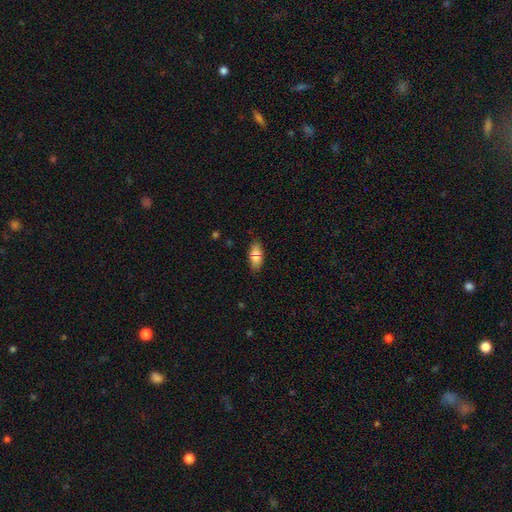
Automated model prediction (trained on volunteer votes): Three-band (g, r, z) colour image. It shows a smooth galaxy with no disk features (77%) that is in between round and cigar-shaped (82%). Merging: none (79%).